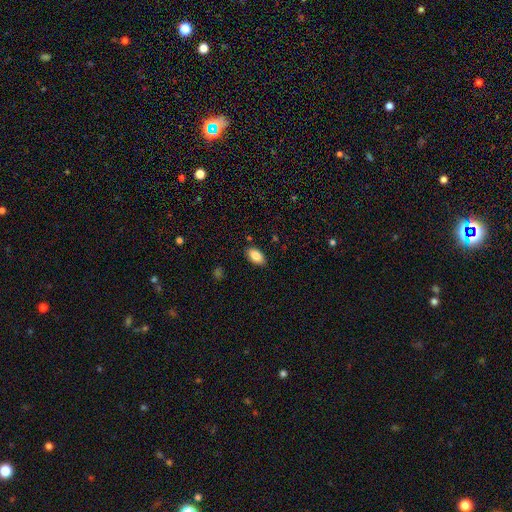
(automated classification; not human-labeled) smooth 84%, featured or disk 9%, star or artifact 7%. Down the decision tree: how rounded — in between (94%); merging — none (86%).